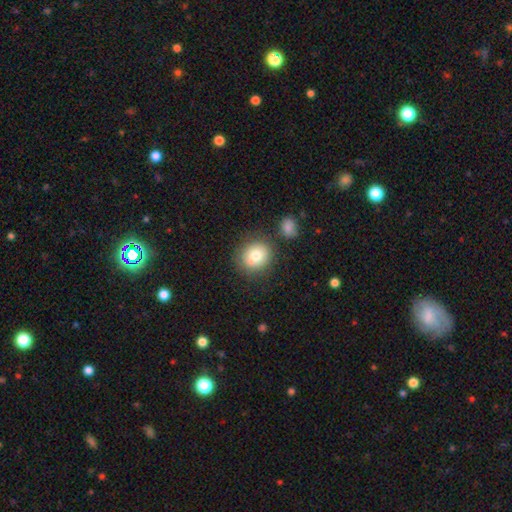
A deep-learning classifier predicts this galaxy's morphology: smooth 78%, featured or disk 13%, star or artifact 9%. Down the decision tree: how rounded — round (79%); merging — none (77%).